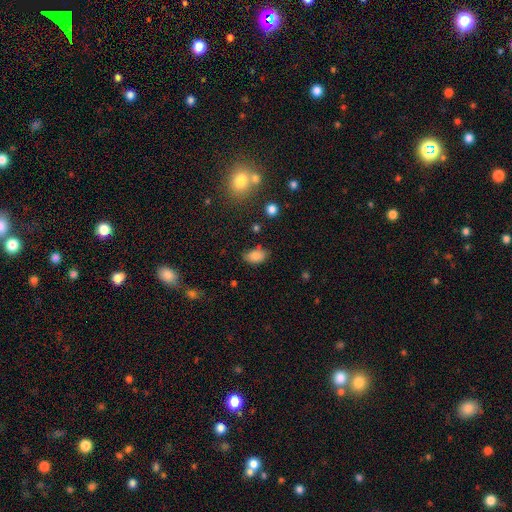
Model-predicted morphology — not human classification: A smooth galaxy with no disk features (84%) that is in between round and cigar-shaped (88%).

Vote fractions:
- Smooth or featured? smooth: 84% / star or artifact: 10% / featured or disk: 5%
- How rounded? in between: 88% / round: 10% / cigar-shaped: 2%
- Merging? none: 71% / minor disturbance: 21% / major disturbance: 5% / merger: 3%